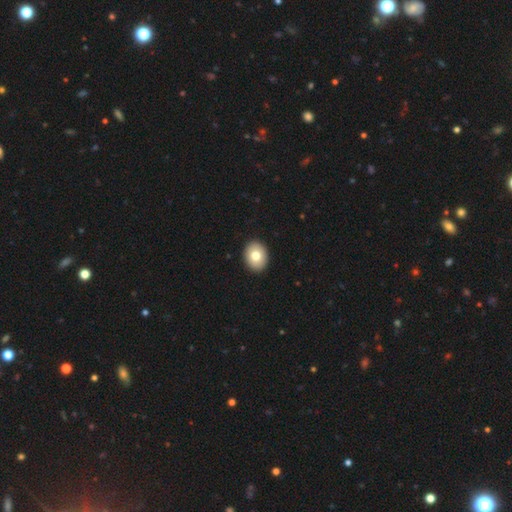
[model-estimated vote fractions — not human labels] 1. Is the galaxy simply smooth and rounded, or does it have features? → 78% smooth, 14% featured or disk, 8% star or artifact.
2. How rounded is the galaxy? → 55% in between, 44% round, 1% cigar-shaped.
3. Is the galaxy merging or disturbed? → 92% none, 5% minor disturbance, 1% major disturbance, 1% merger.